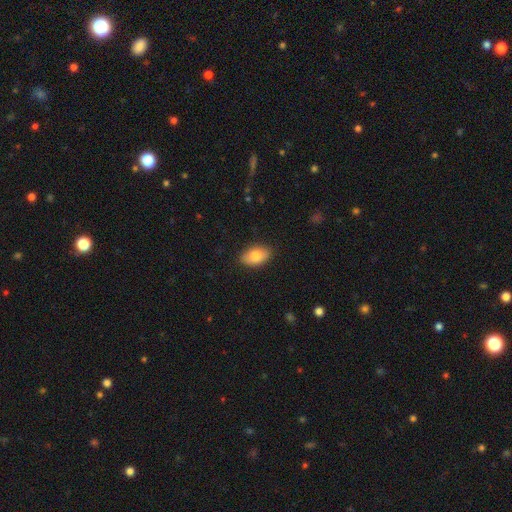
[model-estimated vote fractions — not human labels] smooth-or-featured: smooth: 80% | featured or disk: 13% | star or artifact: 7%
  how-rounded: in between: 91% | round: 7% | cigar-shaped: 2%
  merging: none: 86% | minor disturbance: 11% | major disturbance: 2% | merger: 1%